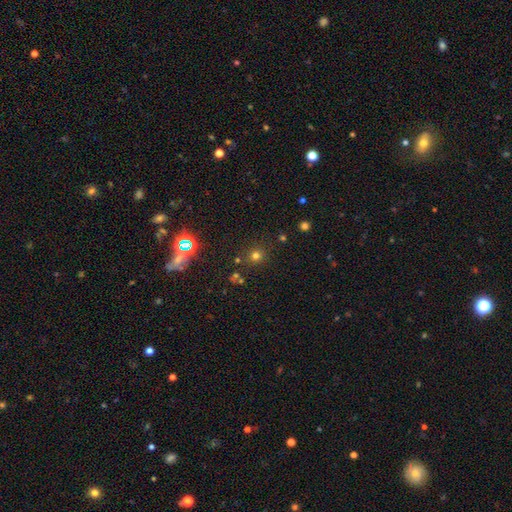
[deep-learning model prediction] Smooth or featured: smooth — 65% (star or artifact — 28%)
How rounded: round — 91% (in between — 9%)
Merging: none — 84% (minor disturbance — 8%)